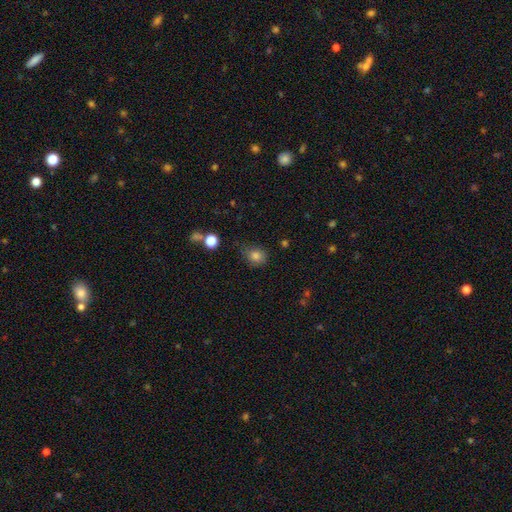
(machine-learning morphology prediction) smooth-or-featured: smooth: 82% | star or artifact: 12% | featured or disk: 6%
  how-rounded: round: 69% | in between: 30% | cigar-shaped: 1%
  merging: none: 65% | minor disturbance: 25% | major disturbance: 7% | merger: 3%